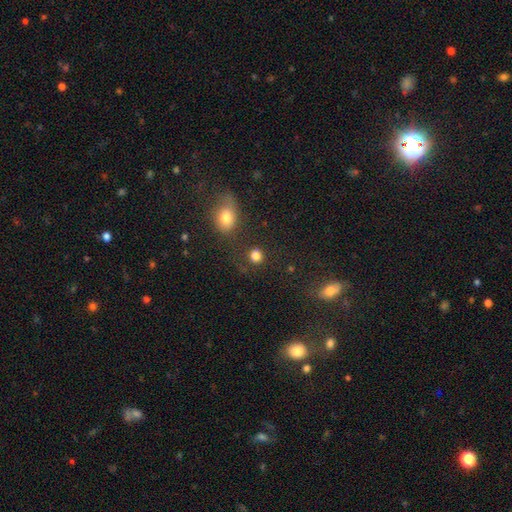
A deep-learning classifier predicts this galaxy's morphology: smooth-or-featured: smooth: 82% | star or artifact: 13% | featured or disk: 5%
  how-rounded: round: 86% | in between: 13% | cigar-shaped: 1%
  merging: none: 79% | minor disturbance: 9% | merger: 7% | major disturbance: 4%